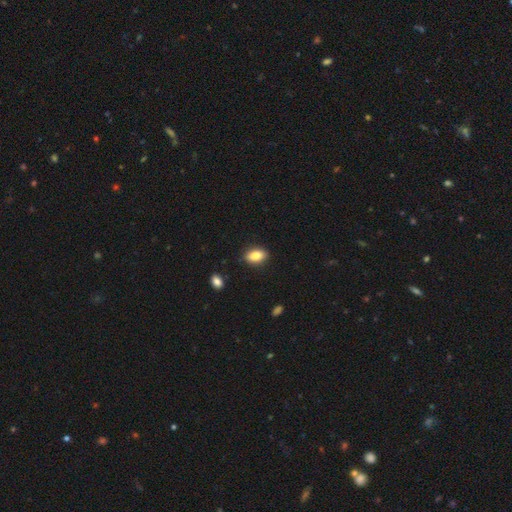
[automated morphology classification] The model was most divided on "smooth or featured": smooth: 84%, featured or disk: 8%, star or artifact: 8%. More confident: merging — none (88%); how rounded — in between (87%).